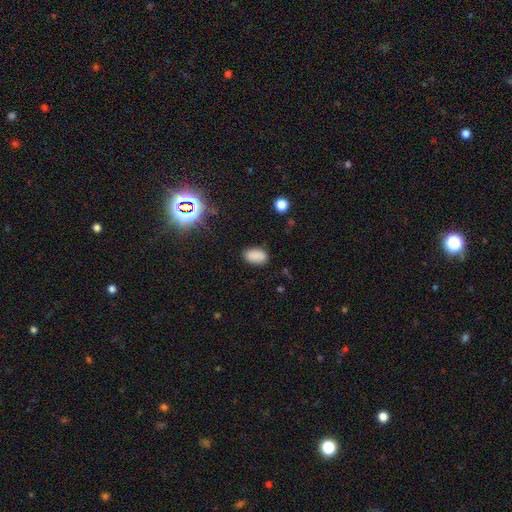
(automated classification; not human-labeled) The model was most divided on "merging": none: 83%, minor disturbance: 13%, major disturbance: 3%, merger: 2%. More confident: how rounded — in between (91%); smooth or featured — smooth (84%).